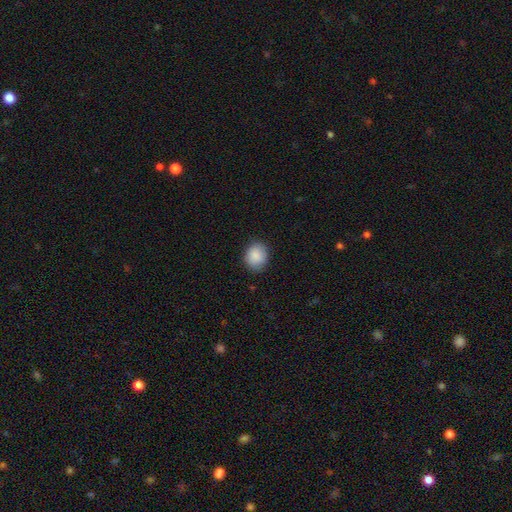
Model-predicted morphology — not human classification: A smooth galaxy with no disk features (89%) that is round (60%). Merging: none (84%).